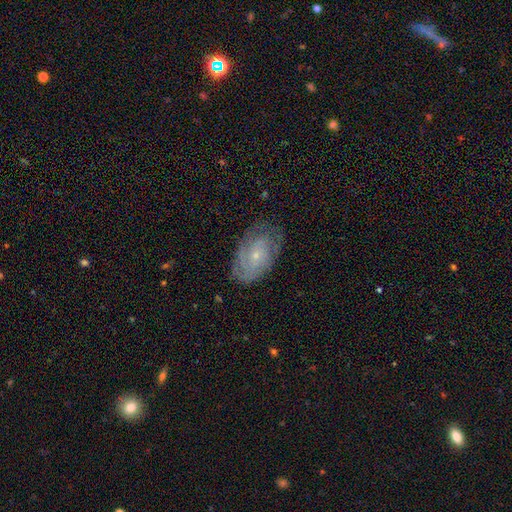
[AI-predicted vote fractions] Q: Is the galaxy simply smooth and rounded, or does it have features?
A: featured or disk — 71%.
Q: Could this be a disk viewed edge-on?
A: no — 95%.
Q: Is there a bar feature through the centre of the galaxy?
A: no — 75%.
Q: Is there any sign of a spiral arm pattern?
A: yes — 89%.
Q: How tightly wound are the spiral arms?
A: tight — 64%.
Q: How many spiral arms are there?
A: can't tell — 45%.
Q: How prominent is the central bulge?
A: small — 77%.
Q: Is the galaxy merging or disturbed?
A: none — 71%.